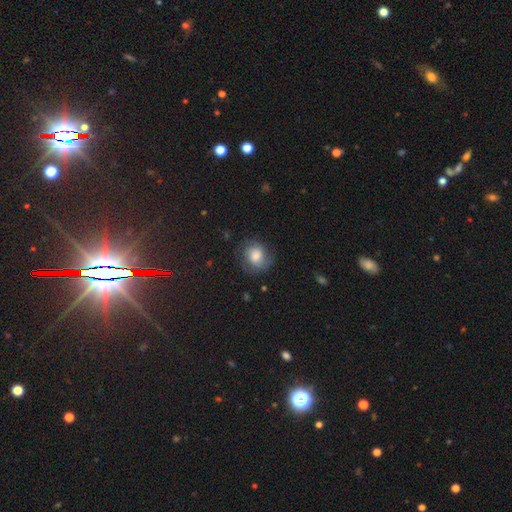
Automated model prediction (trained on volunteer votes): Smooth or featured? smooth (69%)
How rounded? round (74%)
Merging? none (69%)